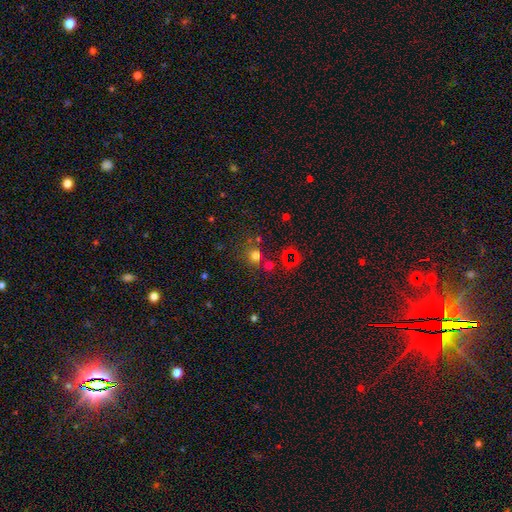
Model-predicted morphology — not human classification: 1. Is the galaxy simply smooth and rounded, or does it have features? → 67% smooth, 26% star or artifact, 7% featured or disk.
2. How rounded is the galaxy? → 85% round, 14% in between, 1% cigar-shaped.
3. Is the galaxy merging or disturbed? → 71% none, 14% merger, 10% minor disturbance, 5% major disturbance.